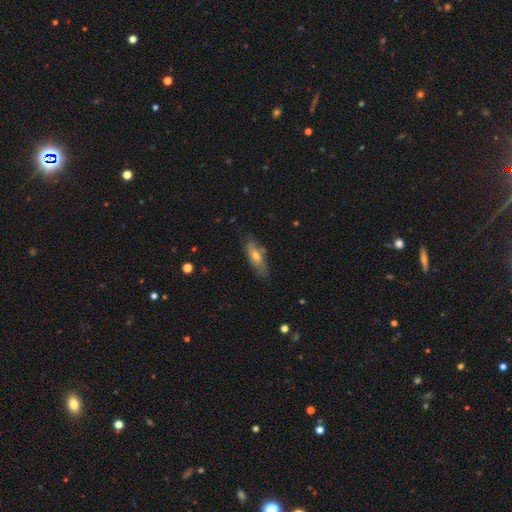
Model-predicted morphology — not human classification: Smooth or featured? Predicted: smooth (p=0.52). How rounded? Predicted: in between (p=0.54). Merging? Predicted: none (p=0.73).